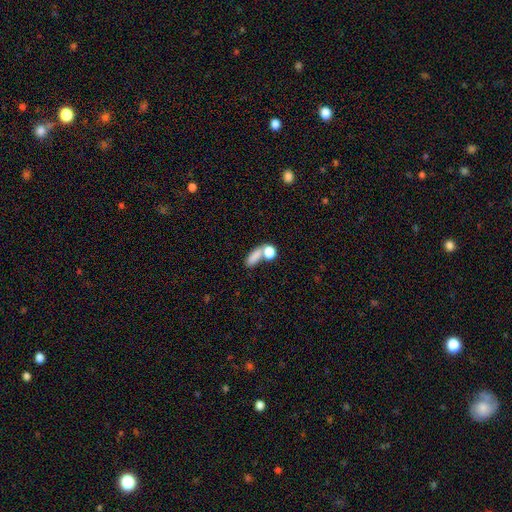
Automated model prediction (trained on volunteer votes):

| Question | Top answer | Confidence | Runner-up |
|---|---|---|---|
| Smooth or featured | smooth | 78% | featured or disk (11%) |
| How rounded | in between | 62% | round (20%) |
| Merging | merger | 44% | none (36%) |